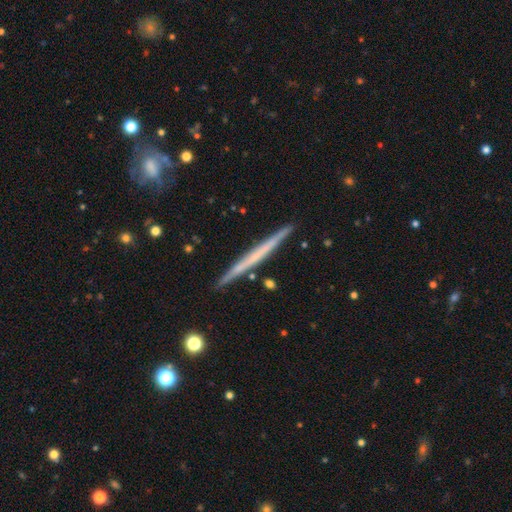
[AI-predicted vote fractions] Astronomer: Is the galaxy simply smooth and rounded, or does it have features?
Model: featured or disk — 54% (runner-up: smooth, 40%).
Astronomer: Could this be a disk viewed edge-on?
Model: yes — 97%.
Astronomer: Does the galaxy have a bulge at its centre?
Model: none — 90%.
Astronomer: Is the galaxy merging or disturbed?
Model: none — 90%.